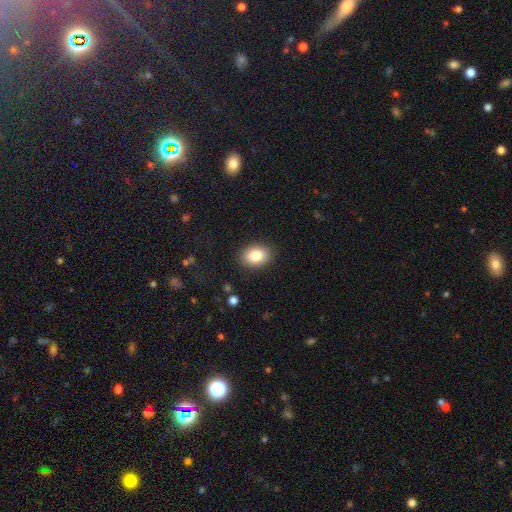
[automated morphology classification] Smooth or featured? smooth (83%)
How rounded? in between (67%)
Merging? none (88%)